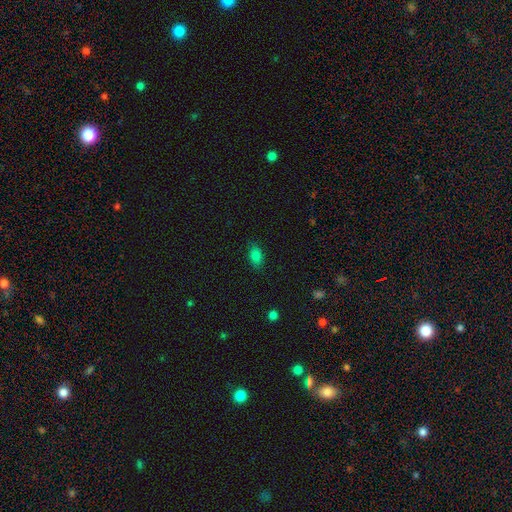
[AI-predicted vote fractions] Smooth or featured? Predicted: smooth (p=0.82). How rounded? Predicted: in between (p=0.87). Merging? Predicted: none (p=0.83).